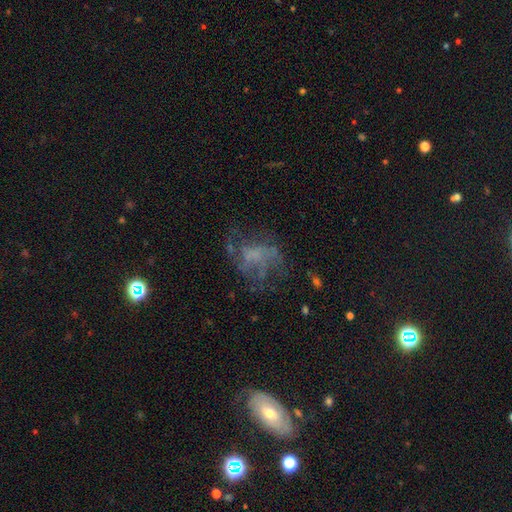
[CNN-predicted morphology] smooth_or_featured: featured or disk (p=0.57) [alt: smooth p=0.24]
disk_edge_on: no (p=0.98) [alt: yes p=0.02]
bar: no (p=0.80) [alt: weak p=0.16]
has_spiral_arms: no (p=0.59) [alt: yes p=0.41]
bulge_size: none (p=0.73) [alt: small p=0.13]
merging: none (p=0.47) [alt: major disturbance p=0.32]